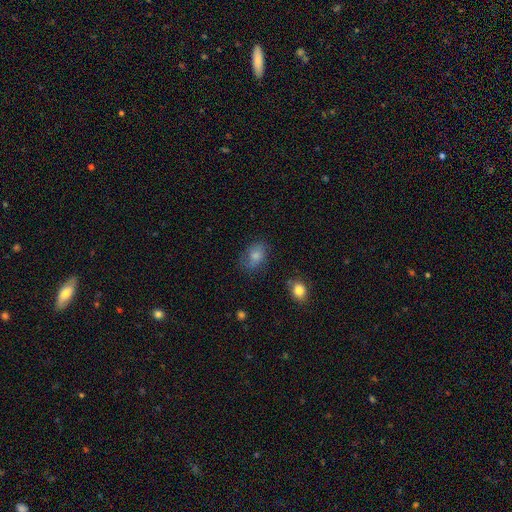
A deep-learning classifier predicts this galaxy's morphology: smooth_or_featured: smooth (p=0.74) [alt: featured or disk p=0.16]
how_rounded: in between (p=0.73) [alt: round p=0.25]
merging: none (p=0.66) [alt: minor disturbance p=0.23]